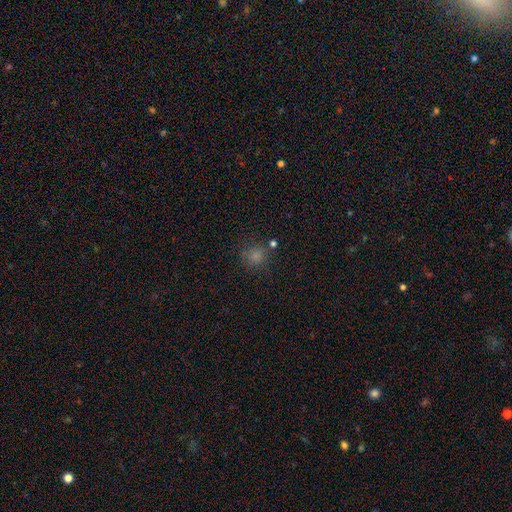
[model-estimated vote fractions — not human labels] smooth 76%, star or artifact 18%, featured or disk 6%. Down the decision tree: how rounded — round (85%); merging — none (73%).